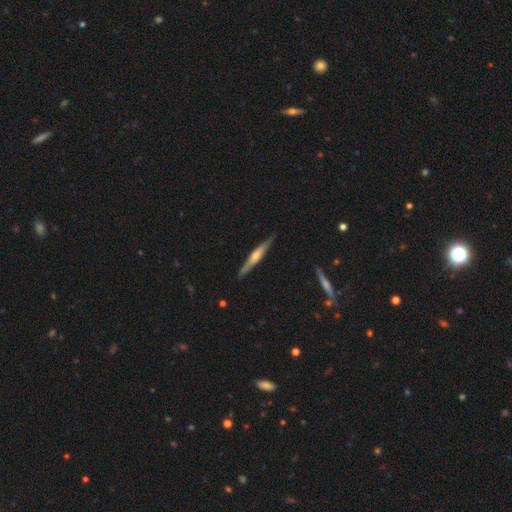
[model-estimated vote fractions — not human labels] smooth-or-featured: featured or disk: 69% | smooth: 25% | star or artifact: 5%
  disk-edge-on: yes: 96% | no: 4%
    edge-on-bulge: rounded: 67% | boxy: 17% | none: 16%
  merging: none: 87% | minor disturbance: 10% | major disturbance: 2% | merger: 1%